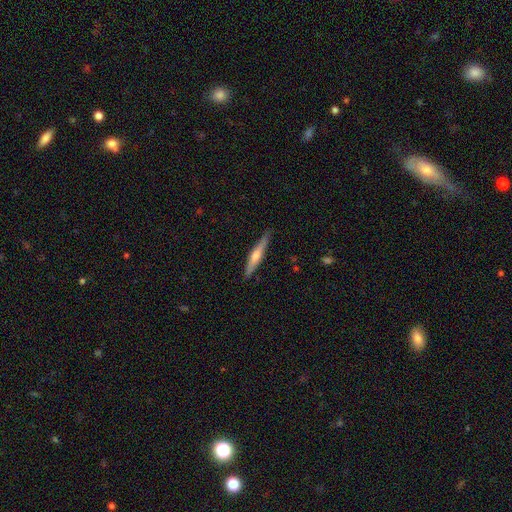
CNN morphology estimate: Overall: featured or disk (58%; smooth 36%). Edge-on disk: yes (97%). Edge-on bulge: rounded (81%). Merging: none (89%).